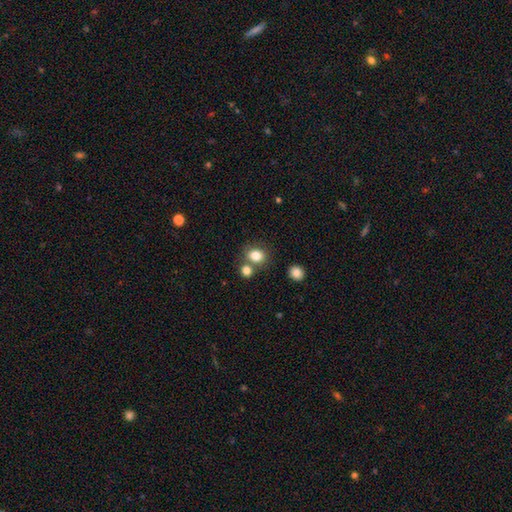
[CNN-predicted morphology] This is clearly a smooth galaxy (81%). How rounded: likely round (66%). Merging: likely none (64%).